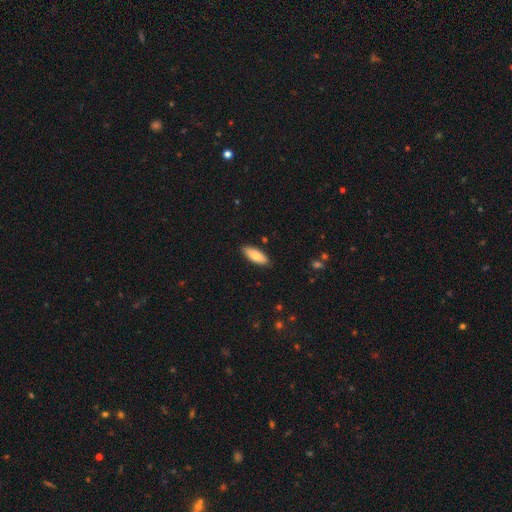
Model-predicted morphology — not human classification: The model was most divided on "how rounded": in between: 76%, cigar-shaped: 22%, round: 2%. More confident: merging — none (87%); smooth or featured — smooth (83%).